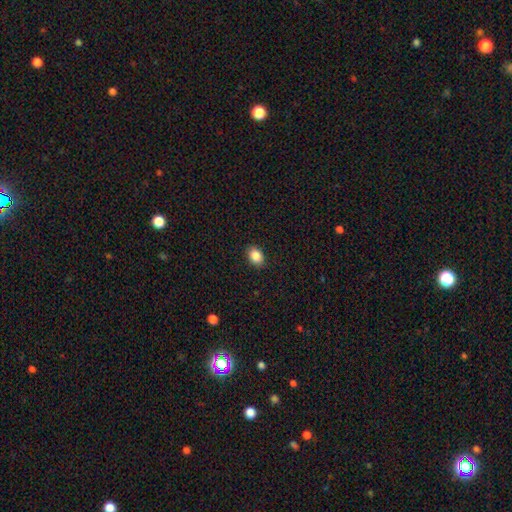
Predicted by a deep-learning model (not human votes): Smooth or featured: smooth — 87% (star or artifact — 9%)
How rounded: in between — 70% (round — 29%)
Merging: none — 90% (minor disturbance — 7%)